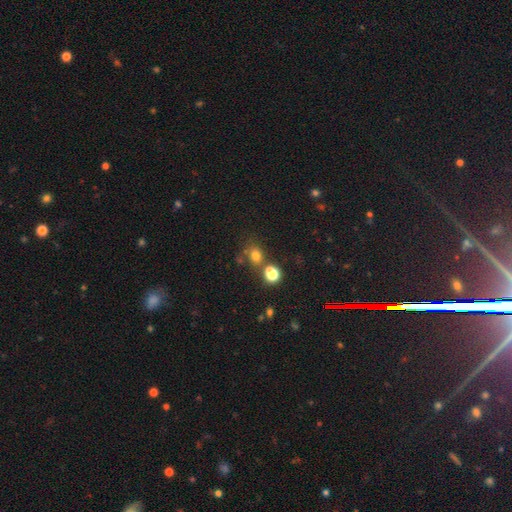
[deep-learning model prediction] This appears to be a smooth galaxy with no disk features (72%) that is round (67%). Merging: none (62%).